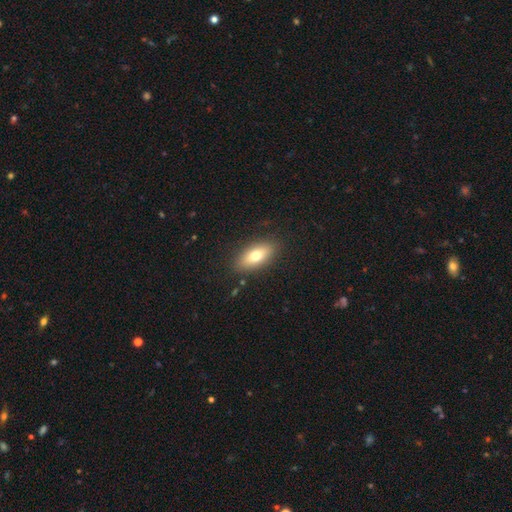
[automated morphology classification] smooth_or_featured: smooth (p=0.72) [alt: featured or disk p=0.20]
how_rounded: in between (p=0.84) [alt: cigar-shaped p=0.12]
merging: none (p=0.86) [alt: minor disturbance p=0.10]